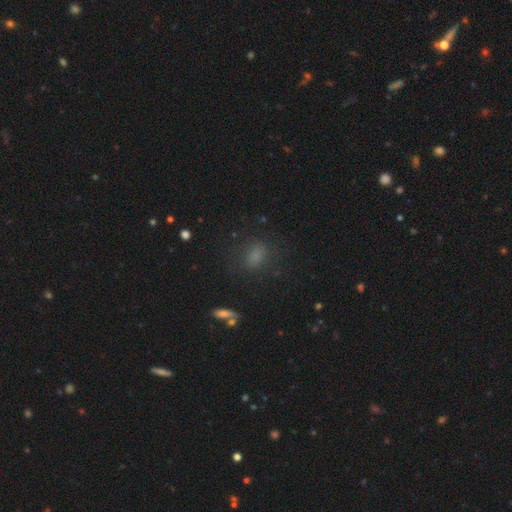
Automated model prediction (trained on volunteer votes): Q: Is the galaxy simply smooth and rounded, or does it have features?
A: smooth — 71%.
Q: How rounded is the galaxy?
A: in between — 64%.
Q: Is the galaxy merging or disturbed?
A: none — 76%.